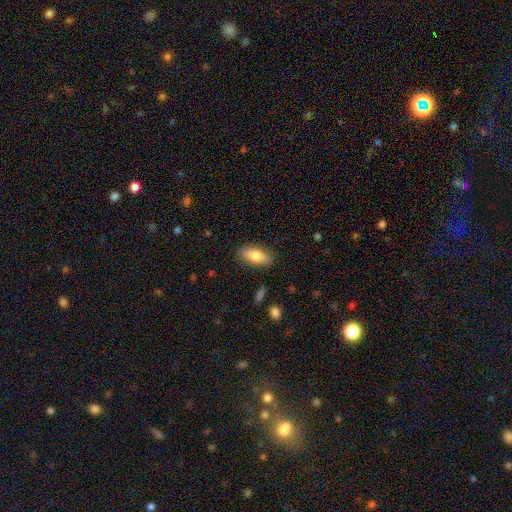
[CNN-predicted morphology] smooth_or_featured: smooth (p=0.77) [alt: featured or disk p=0.16]
how_rounded: in between (p=0.83) [alt: cigar-shaped p=0.14]
merging: none (p=0.85) [alt: minor disturbance p=0.11]